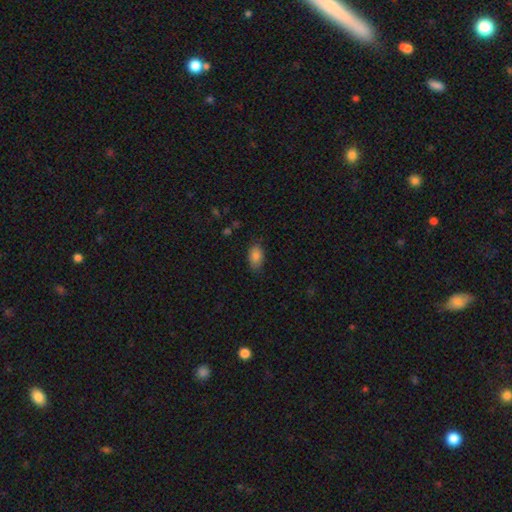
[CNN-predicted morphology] A smooth galaxy with no disk features (84%) that is in between round and cigar-shaped (90%). Merging: none (79%).